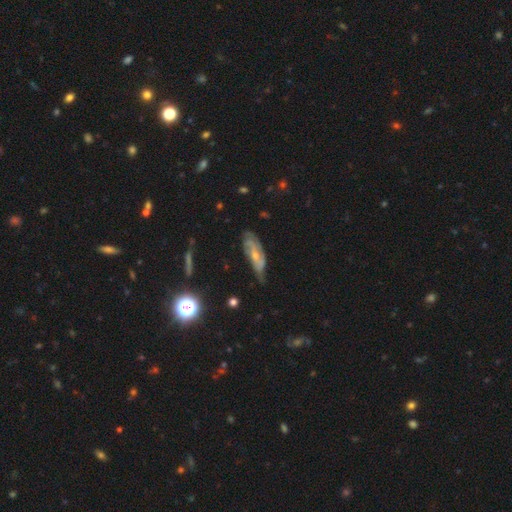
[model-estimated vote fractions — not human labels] smooth_or_featured: featured or disk (p=0.67) [alt: smooth p=0.24]
disk_edge_on: no (p=0.83) [alt: yes p=0.17]
bar: no (p=0.63) [alt: weak p=0.30]
has_spiral_arms: yes (p=0.83) [alt: no p=0.17]
bulge_size: small (p=0.55) [alt: moderate p=0.39]
merging: none (p=0.52) [alt: minor disturbance p=0.34]